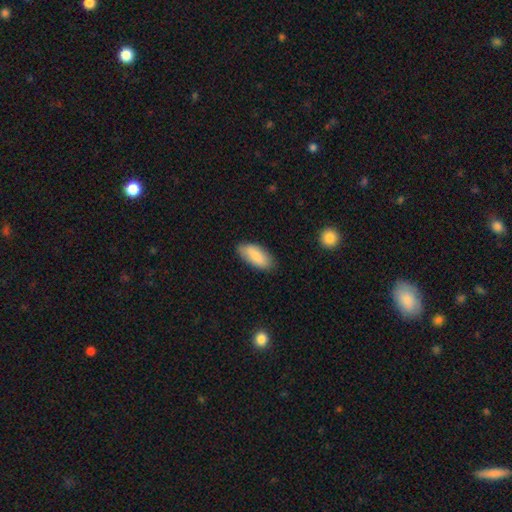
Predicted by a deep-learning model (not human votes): A smooth galaxy with no disk features (83%) that is in between round and cigar-shaped (87%).

Vote fractions:
- Smooth or featured? smooth: 83% / featured or disk: 11% / star or artifact: 6%
- How rounded? in between: 87% / cigar-shaped: 11% / round: 2%
- Merging? none: 81% / minor disturbance: 15% / major disturbance: 3% / merger: 1%